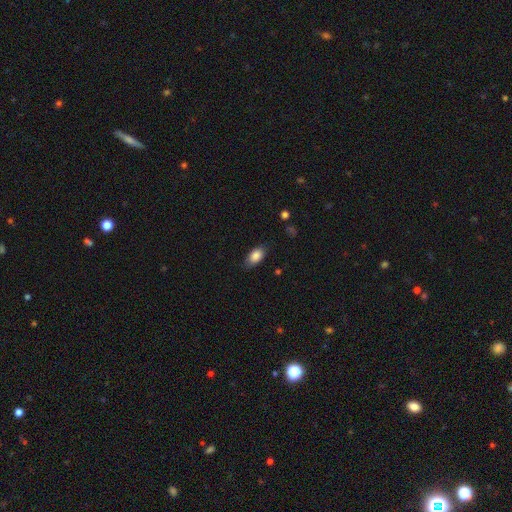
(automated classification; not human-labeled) smooth_or_featured: smooth (p=0.85) [alt: star or artifact p=0.07]
how_rounded: in between (p=0.91) [alt: round p=0.06]
merging: none (p=0.80) [alt: minor disturbance p=0.16]